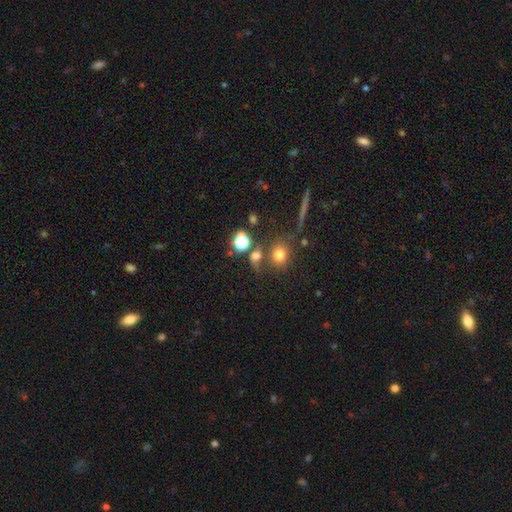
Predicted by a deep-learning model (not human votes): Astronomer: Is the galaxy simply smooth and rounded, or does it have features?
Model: smooth — 64%.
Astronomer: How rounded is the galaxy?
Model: round — 73%.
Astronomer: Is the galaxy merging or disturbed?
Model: none — 58%.